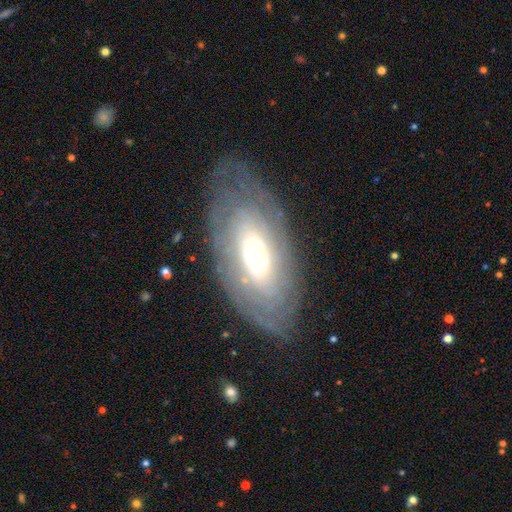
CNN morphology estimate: Smooth or featured? featured or disk (67%)
Edge-on disk? no (89%)
Bar? no (82%)
Spiral arms? yes (72%)
Bulge size? small (53%)
Merging? none (74%)